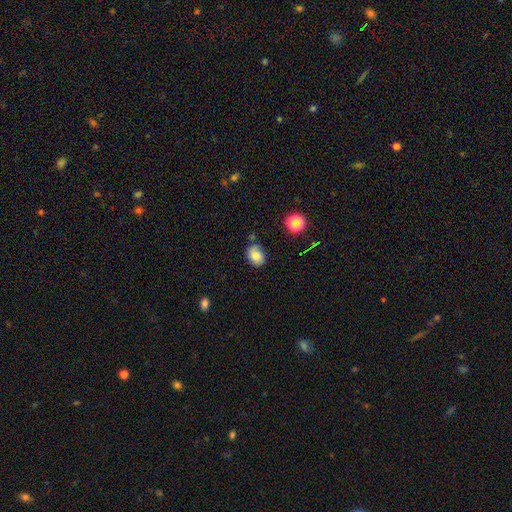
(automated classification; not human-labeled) Smooth or featured? smooth (76%)
How rounded? in between (61%)
Merging? none (66%)